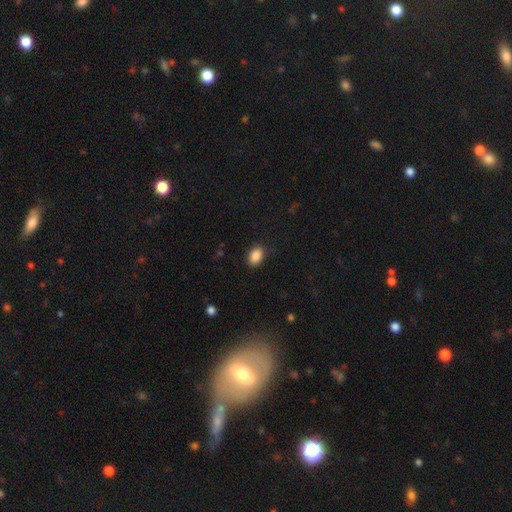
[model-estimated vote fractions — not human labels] smooth 89%, star or artifact 8%, featured or disk 3%. Down the decision tree: how rounded — in between (81%); merging — none (87%).